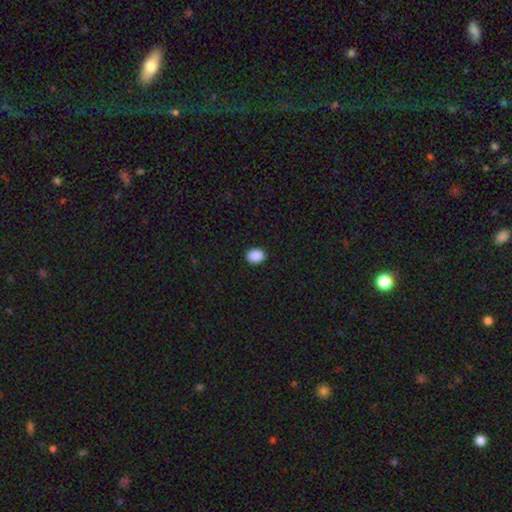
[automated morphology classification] The model was most divided on "how rounded": in between: 53%, round: 46%, cigar-shaped: 1%. More confident: merging — none (90%); smooth or featured — smooth (89%).